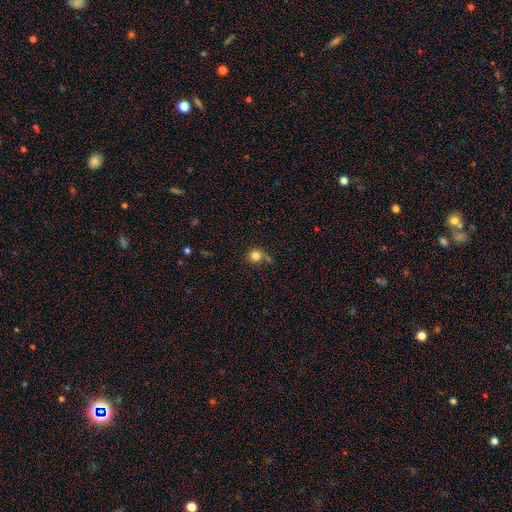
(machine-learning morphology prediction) A smooth galaxy with no disk features (81%) that is round (91%). Merging: none (63%).